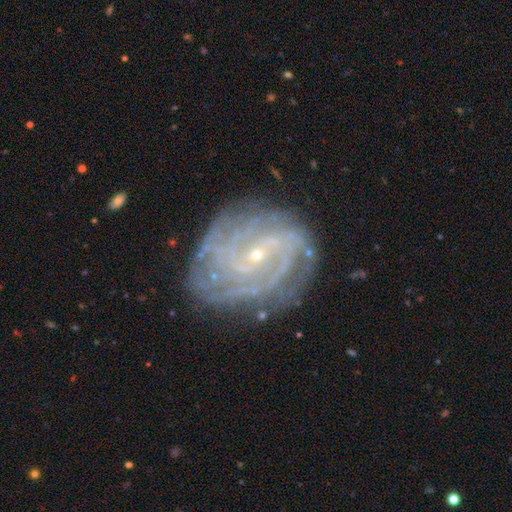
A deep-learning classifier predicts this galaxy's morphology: Smooth or featured? Predicted: featured or disk (p=0.87). Edge-on disk? Predicted: no (p=0.97). Bar? Predicted: no (p=0.44). Spiral arms? Predicted: yes (p=0.97). Spiral winding? Predicted: tight (p=0.70). Spiral arm count? Predicted: can't tell (p=0.27). Bulge size? Predicted: small (p=0.87). Merging? Predicted: none (p=0.77).